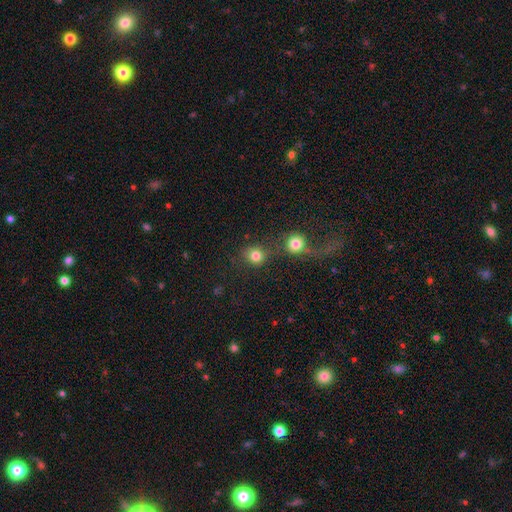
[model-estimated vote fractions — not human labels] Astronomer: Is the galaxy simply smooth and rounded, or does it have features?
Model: smooth — 80%.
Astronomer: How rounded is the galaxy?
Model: round — 83%.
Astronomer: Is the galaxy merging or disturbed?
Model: none — 52% (runner-up: merger, 30%).